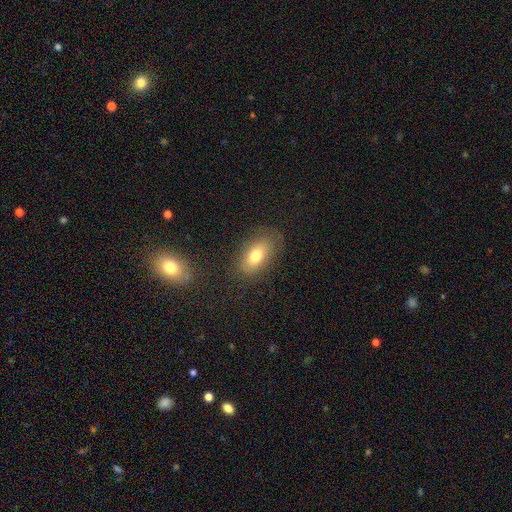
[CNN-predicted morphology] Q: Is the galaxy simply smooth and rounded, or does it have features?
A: smooth — 76%.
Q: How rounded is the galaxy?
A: in between — 89%.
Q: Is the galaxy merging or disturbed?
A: none — 81%.